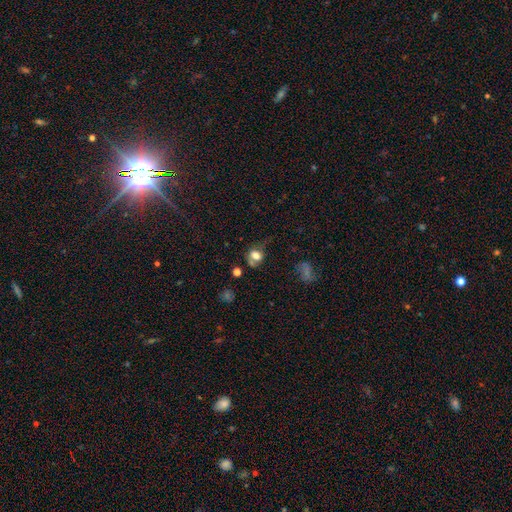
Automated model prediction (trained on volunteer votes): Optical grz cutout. It shows a smooth galaxy with no disk features (69%) that is round (58%). Merging: none (39%).